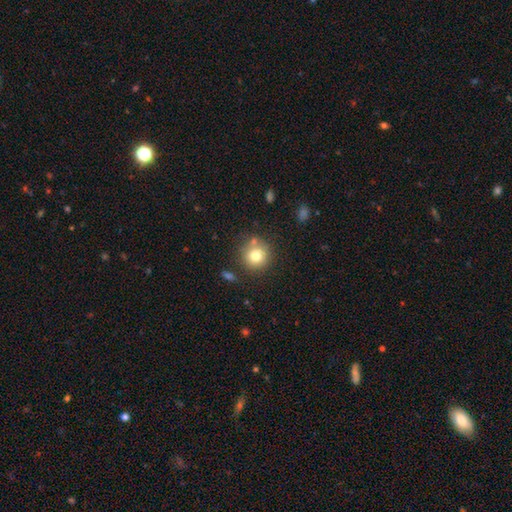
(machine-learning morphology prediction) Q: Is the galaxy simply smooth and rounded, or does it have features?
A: smooth — 76%.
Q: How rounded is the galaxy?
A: round — 92%.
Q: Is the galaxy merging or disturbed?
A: none — 76%.